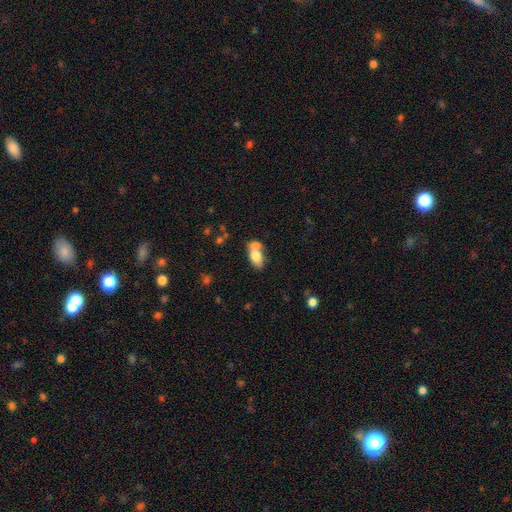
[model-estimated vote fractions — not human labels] A smooth galaxy with no disk features (75%) that is in between round and cigar-shaped (89%).

Vote fractions:
- Smooth or featured? smooth: 75% / featured or disk: 18% / star or artifact: 7%
- How rounded? in between: 89% / round: 7% / cigar-shaped: 4%
- Merging? merger: 45% / none: 36% / minor disturbance: 13% / major disturbance: 6%